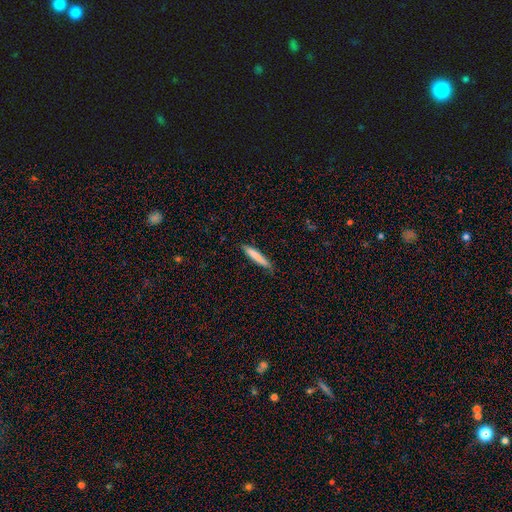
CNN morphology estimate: Smooth or featured? smooth (78%)
How rounded? cigar-shaped (93%)
Merging? none (82%)